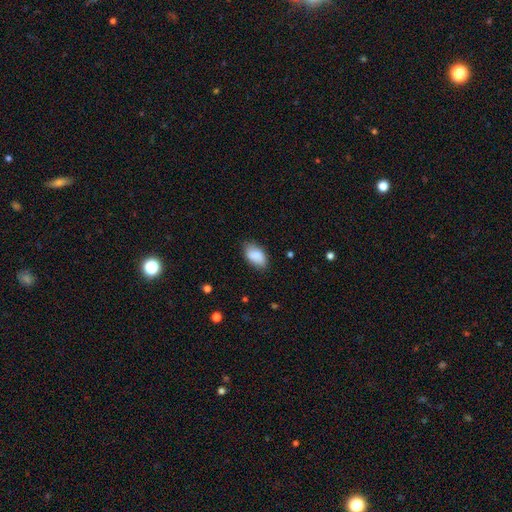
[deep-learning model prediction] Overall: smooth (88%). How rounded: in between (93%). Merging: none (77%).